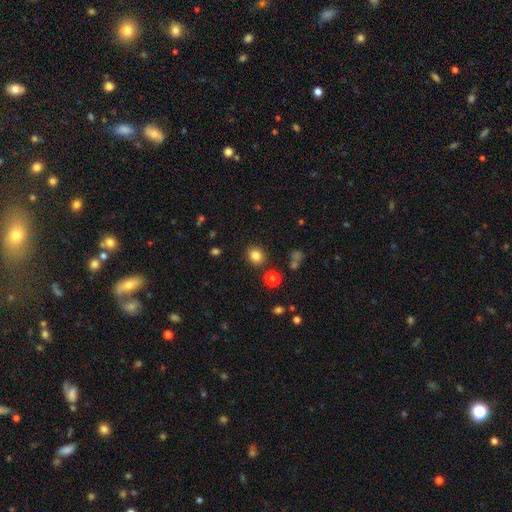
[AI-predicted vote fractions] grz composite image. It shows a smooth galaxy with no disk features (83%) that is round (72%). Merging: none (86%).